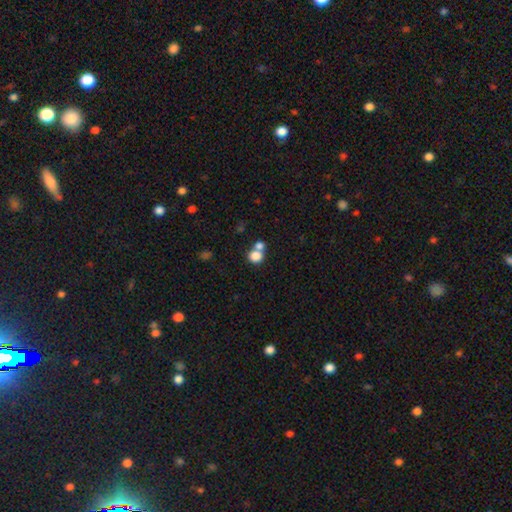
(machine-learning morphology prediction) The model was most divided on "merging": merger: 48%, none: 41%, minor disturbance: 7%, major disturbance: 4%. More confident: smooth or featured — smooth (81%); how rounded — round (75%).